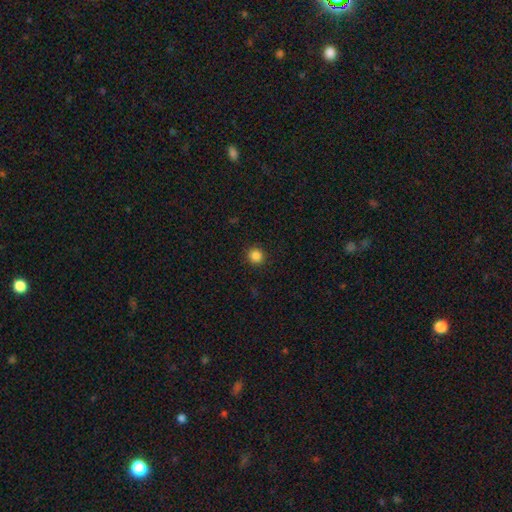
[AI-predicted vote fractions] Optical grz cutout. It shows a smooth galaxy with no disk features (85%) that is round (94%). Merging: none (92%).